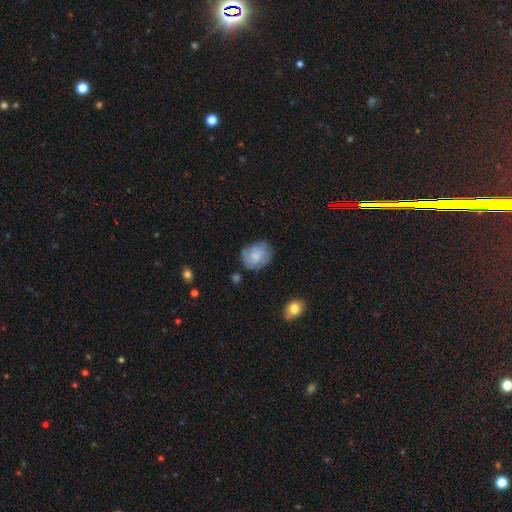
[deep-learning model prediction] A smooth galaxy with no disk features (54%) that is round (50%). Merging: none (61%).